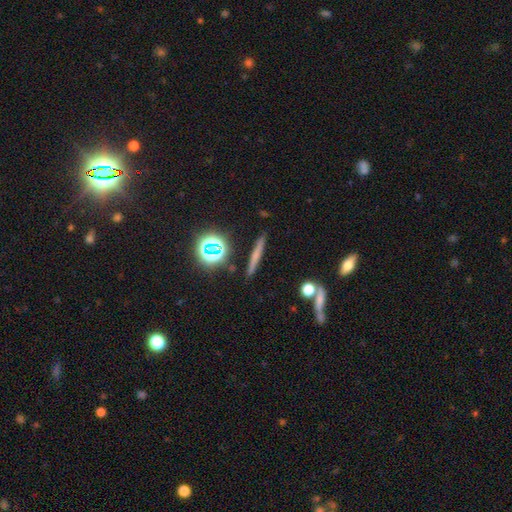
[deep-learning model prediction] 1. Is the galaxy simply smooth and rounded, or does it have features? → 53% smooth, 30% featured or disk, 17% star or artifact.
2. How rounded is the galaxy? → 86% cigar-shaped, 8% round, 5% in between.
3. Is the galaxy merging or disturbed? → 87% none, 8% minor disturbance, 3% merger, 2% major disturbance.